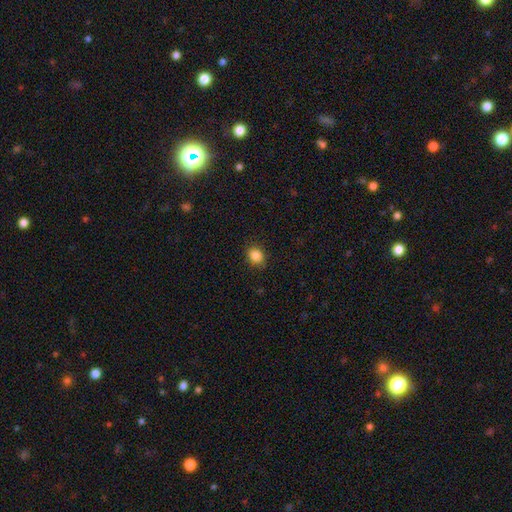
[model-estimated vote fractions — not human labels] Smooth or featured? smooth (86%)
How rounded? round (59%)
Merging? none (87%)